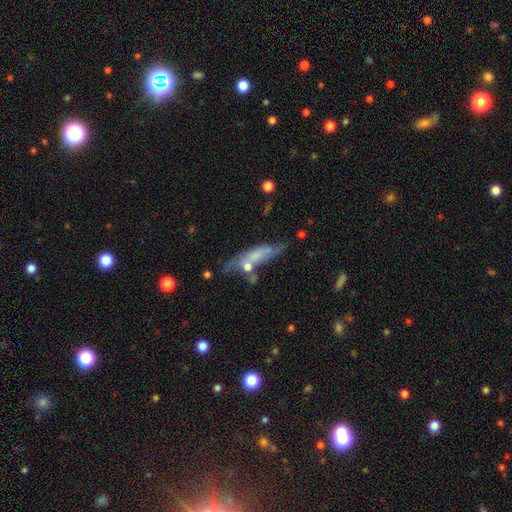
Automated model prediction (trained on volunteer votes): featured or disk 48%, smooth 43%, star or artifact 9%. Down the decision tree: merging — none (45%).